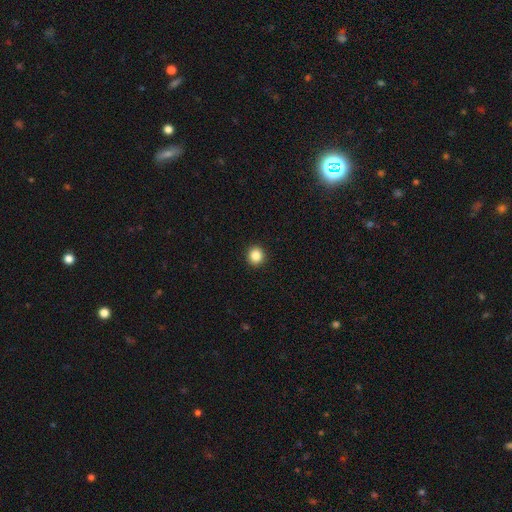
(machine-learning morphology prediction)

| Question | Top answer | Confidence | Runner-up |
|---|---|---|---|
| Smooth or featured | smooth | 86% | star or artifact (10%) |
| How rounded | round | 89% | in between (10%) |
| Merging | none | 93% | minor disturbance (5%) |